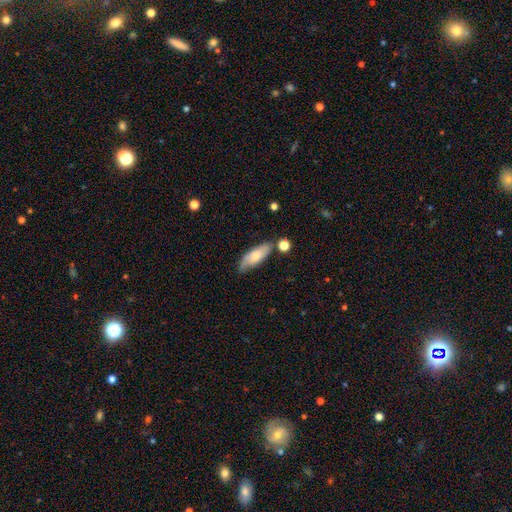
Smooth or featured? 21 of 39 (54%) said smooth. How rounded? 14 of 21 (67%) said in between. Merging? 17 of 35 (49%) said none.